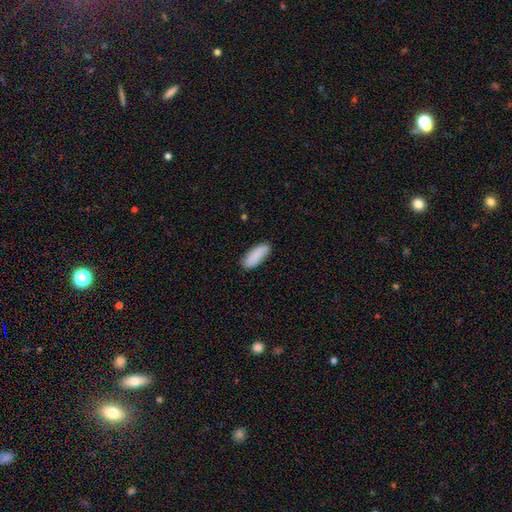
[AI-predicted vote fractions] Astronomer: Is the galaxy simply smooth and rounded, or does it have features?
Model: smooth — 88%.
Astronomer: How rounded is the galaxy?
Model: in between — 72%.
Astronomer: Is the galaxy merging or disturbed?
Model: none — 83%.